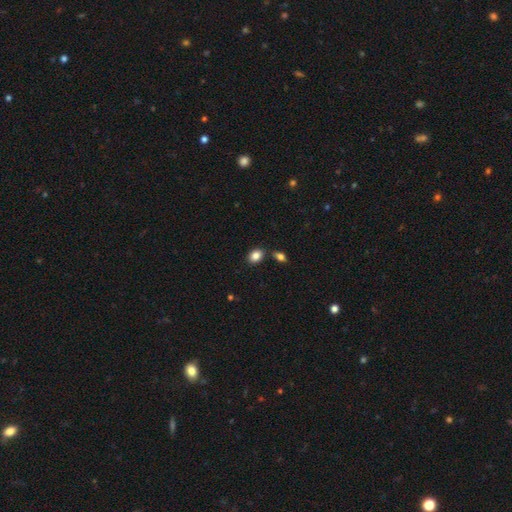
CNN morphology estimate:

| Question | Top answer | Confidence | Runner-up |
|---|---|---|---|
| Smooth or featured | smooth | 85% | star or artifact (9%) |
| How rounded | in between | 72% | round (27%) |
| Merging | none | 76% | minor disturbance (11%) |